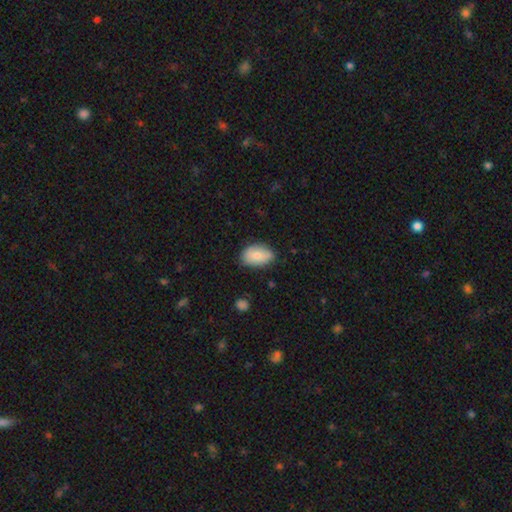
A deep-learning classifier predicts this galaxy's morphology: smooth 79%, featured or disk 14%, star or artifact 7%. Down the decision tree: how rounded — in between (91%); merging — none (75%).